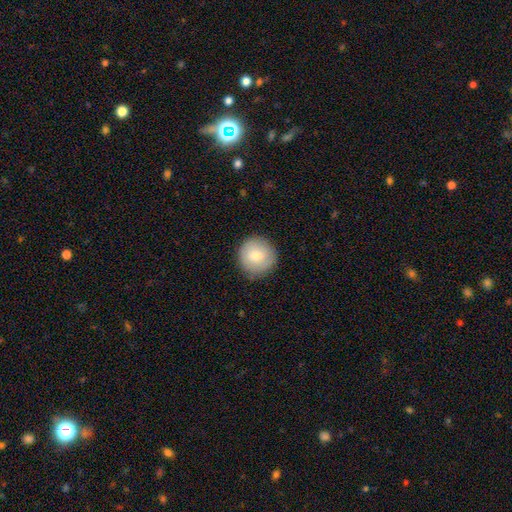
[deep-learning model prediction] This appears to be a smooth galaxy with no disk features (78%) that is round (94%). Merging: none (84%).